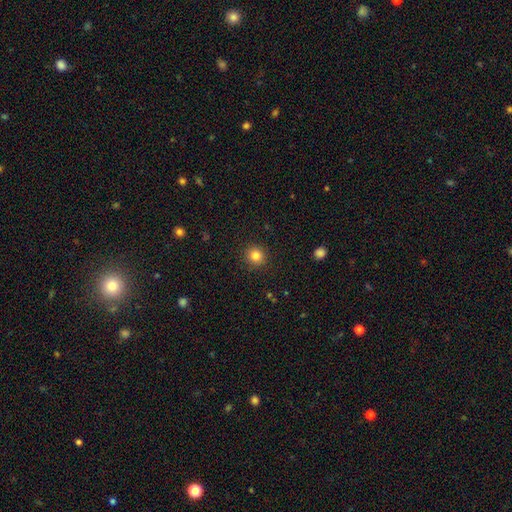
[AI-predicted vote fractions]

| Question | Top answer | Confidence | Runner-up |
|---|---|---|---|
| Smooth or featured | smooth | 83% | star or artifact (12%) |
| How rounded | round | 92% | in between (7%) |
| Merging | none | 92% | minor disturbance (5%) |